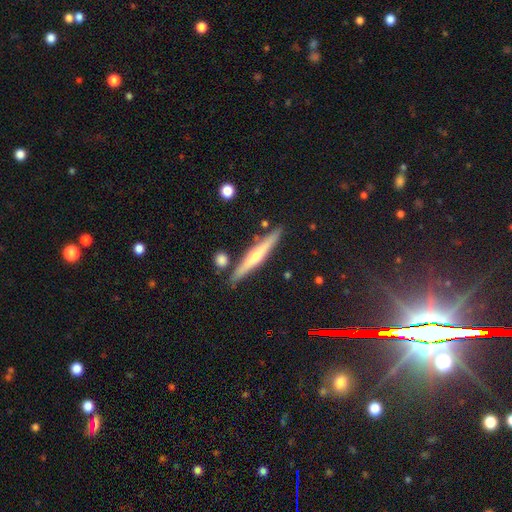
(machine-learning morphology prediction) smooth-or-featured: featured or disk: 64% | smooth: 30% | star or artifact: 6%
  disk-edge-on: yes: 97% | no: 3%
    edge-on-bulge: rounded: 81% | none: 14% | boxy: 5%
  merging: none: 86% | minor disturbance: 8% | merger: 4% | major disturbance: 2%